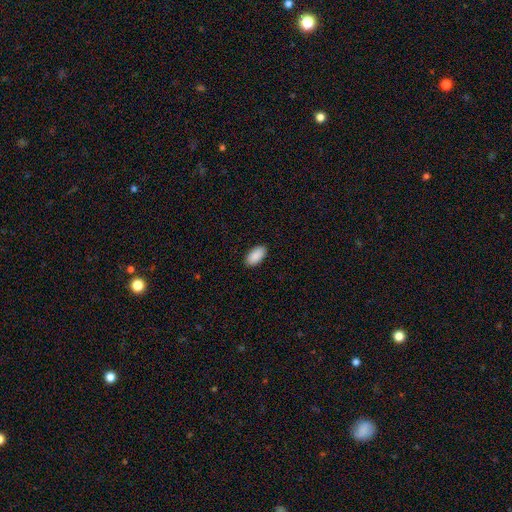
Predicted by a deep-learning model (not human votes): smooth-or-featured: smooth: 91% | star or artifact: 6% | featured or disk: 3%
  how-rounded: in between: 96% | round: 2% | cigar-shaped: 2%
  merging: none: 90% | minor disturbance: 7% | major disturbance: 2% | merger: 1%